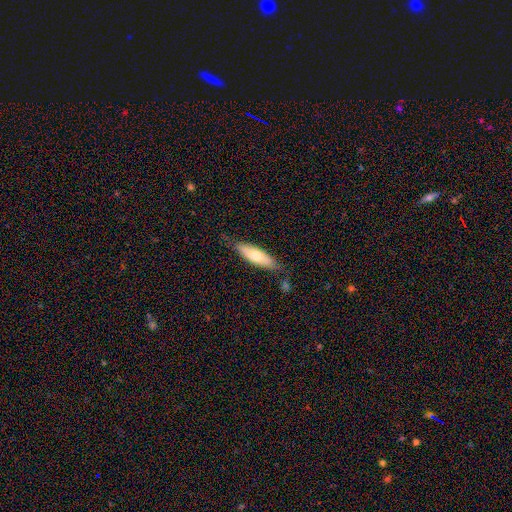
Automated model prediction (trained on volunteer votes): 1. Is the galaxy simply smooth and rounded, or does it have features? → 67% smooth, 27% featured or disk, 6% star or artifact.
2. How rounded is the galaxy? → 54% cigar-shaped, 45% in between, 2% round.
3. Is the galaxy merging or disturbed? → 75% none, 19% minor disturbance, 3% major disturbance, 3% merger.